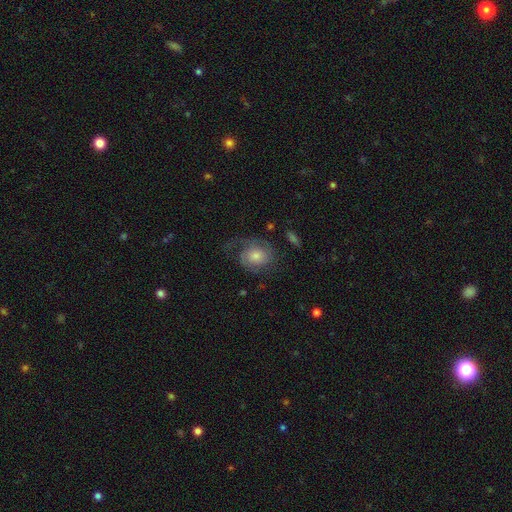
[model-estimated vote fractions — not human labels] Overall: featured or disk (64%; smooth 26%). Edge-on disk: no (97%). Bar: no (74%). Spiral arms: yes (90%). Spiral arm count: 2 (56%; 1 22%). Spiral winding: medium (41%; tight 32%). Bulge size: moderate (50%; small 31%). Merging: none (57%; major disturbance 21%).